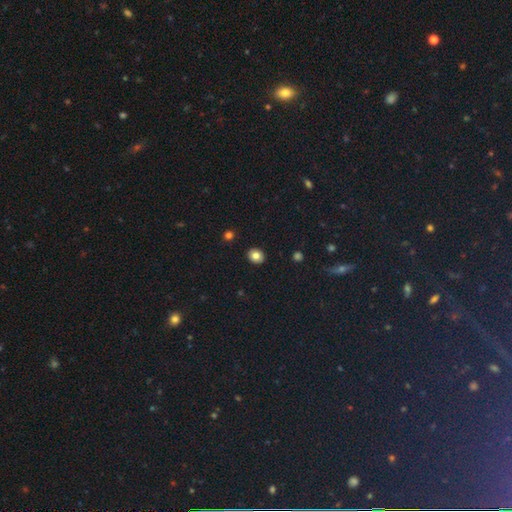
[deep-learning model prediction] Overall: smooth (81%). How rounded: round (64%; in between 35%). Merging: none (91%).